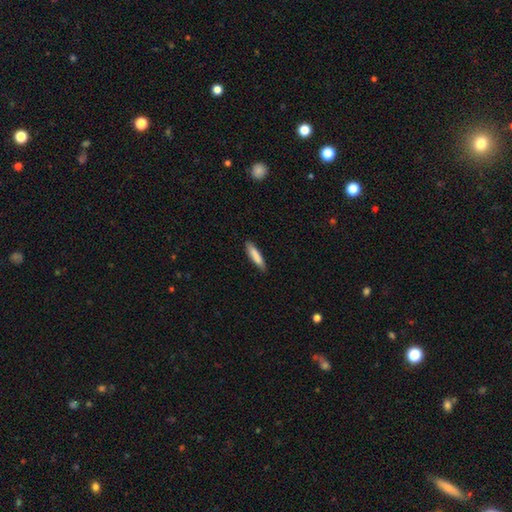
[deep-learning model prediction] This appears to be a smooth galaxy with no disk features (85%) that is cigar-shaped (81%). Merging: none (85%).